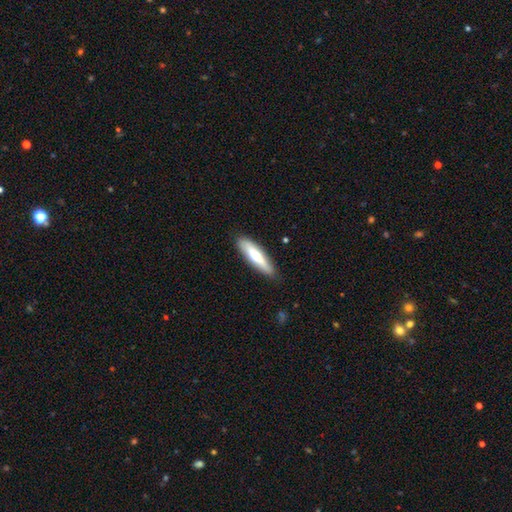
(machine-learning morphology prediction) Smooth or featured? Predicted: smooth (p=0.58). How rounded? Predicted: cigar-shaped (p=0.73). Merging? Predicted: none (p=0.87).